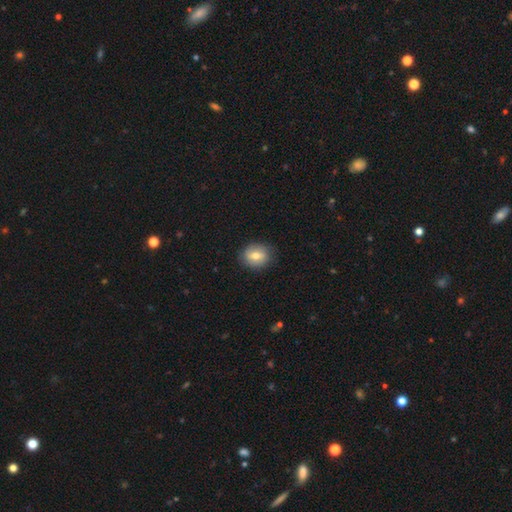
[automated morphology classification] Overall: smooth (68%). How rounded: round (57%; in between 41%). Merging: none (85%).